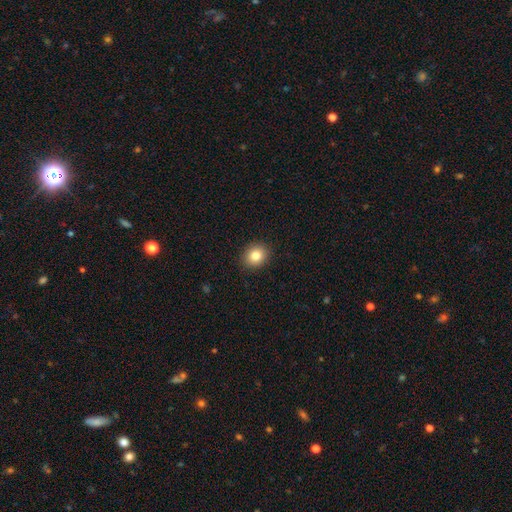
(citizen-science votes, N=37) Smooth or featured?
  - smooth: 89% *
  - featured or disk: 5%
  - star or artifact: 5%
How rounded?
  - round: 67% *
  - in between: 33%
  - cigar-shaped: 0%
Merging?
  - none: 86% *
  - minor disturbance: 11%
  - major disturbance: 3%
  - merger: 0%